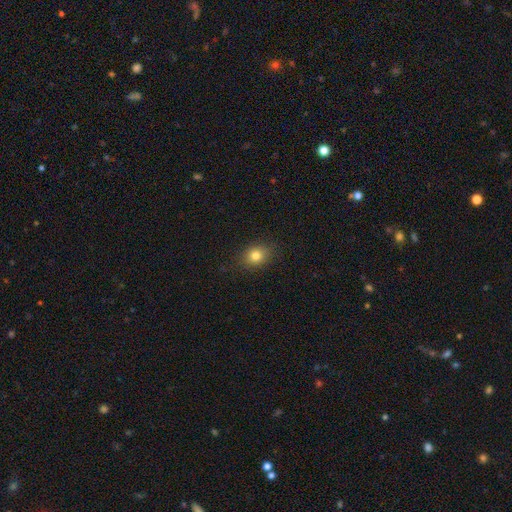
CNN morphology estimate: Overall: smooth (81%). How rounded: round (52%; in between 47%). Merging: none (85%).